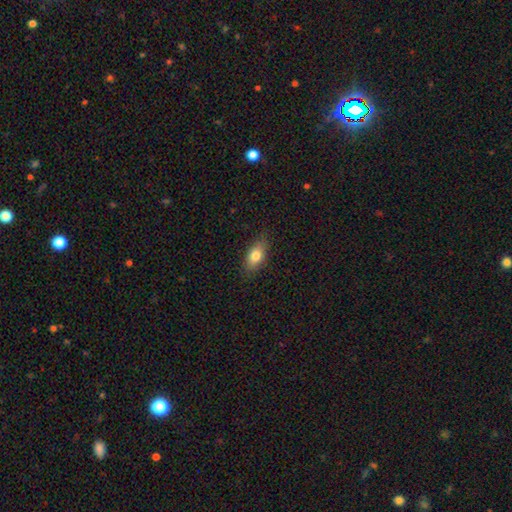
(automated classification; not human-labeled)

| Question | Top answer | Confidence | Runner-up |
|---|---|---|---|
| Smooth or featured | smooth | 77% | featured or disk (15%) |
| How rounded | in between | 82% | cigar-shaped (10%) |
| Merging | none | 84% | minor disturbance (12%) |